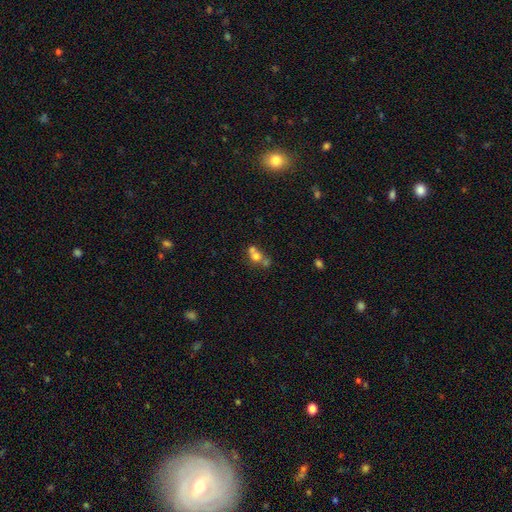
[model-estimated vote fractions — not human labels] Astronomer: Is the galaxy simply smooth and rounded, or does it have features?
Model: smooth — 63%.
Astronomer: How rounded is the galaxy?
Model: round — 67%.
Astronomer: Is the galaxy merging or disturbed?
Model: merger — 58%.